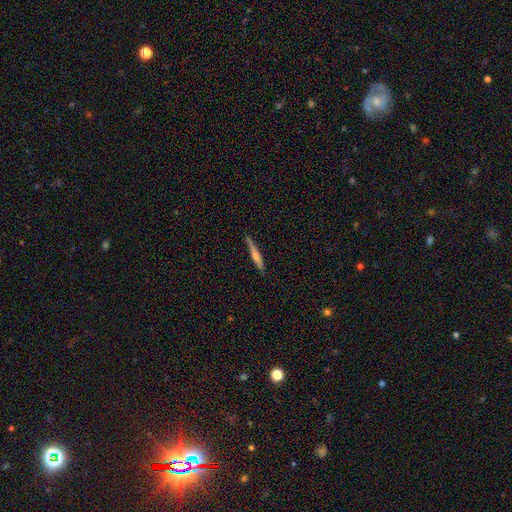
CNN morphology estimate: Q: Smooth or featured?
A: featured or disk (64%); runner-up: smooth (29%)
Q: Edge-on disk?
A: yes (98%); runner-up: no (2%)
Q: Edge-on bulge?
A: rounded (74%); runner-up: none (18%)
Q: Merging?
A: none (89%); runner-up: minor disturbance (8%)